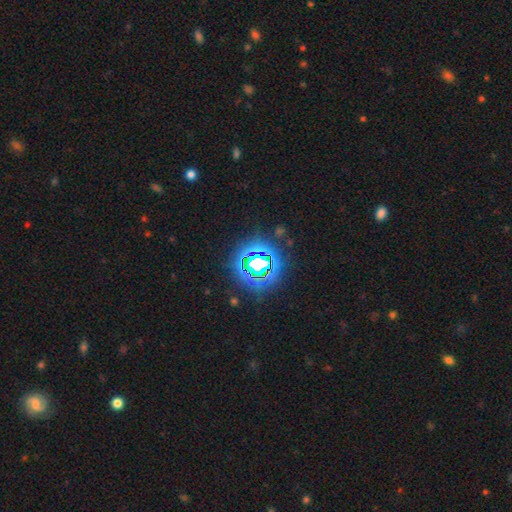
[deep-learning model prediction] Overall: star or artifact (80%).